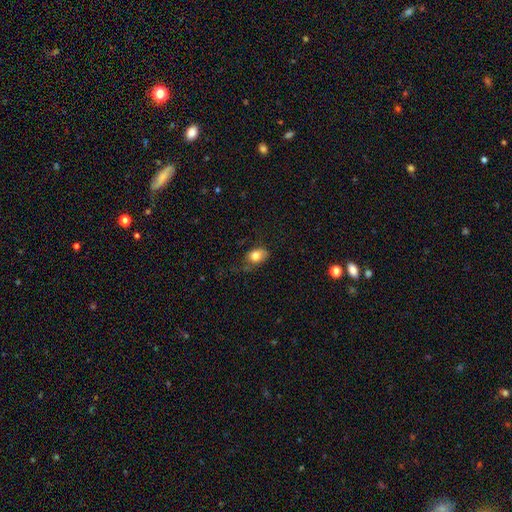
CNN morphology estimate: This is likely a smooth galaxy (79%). How rounded: likely in between (76%). Merging: possibly none (53%).